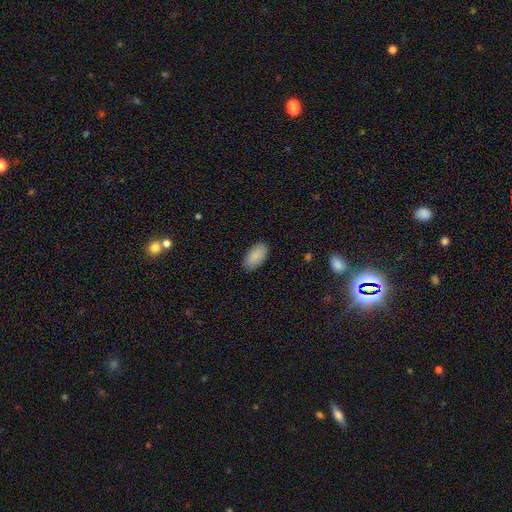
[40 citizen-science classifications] smooth-or-featured: smooth: 92% | star or artifact: 5% | featured or disk: 2%
  how-rounded: in between: 89% | round: 11% | cigar-shaped: 0%
  merging: none: 87% | minor disturbance: 13% | major disturbance: 0% | merger: 0%